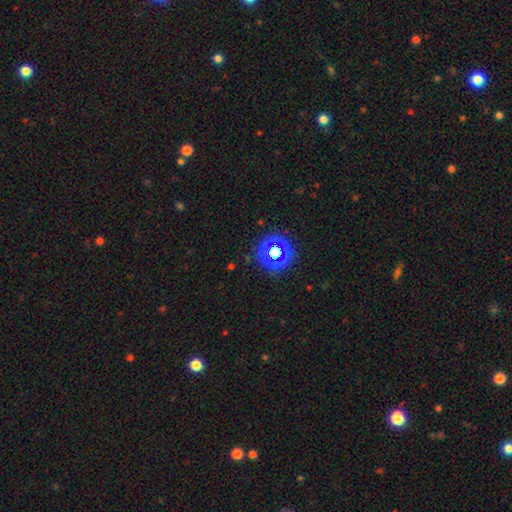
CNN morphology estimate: type=star or artifact (64%).